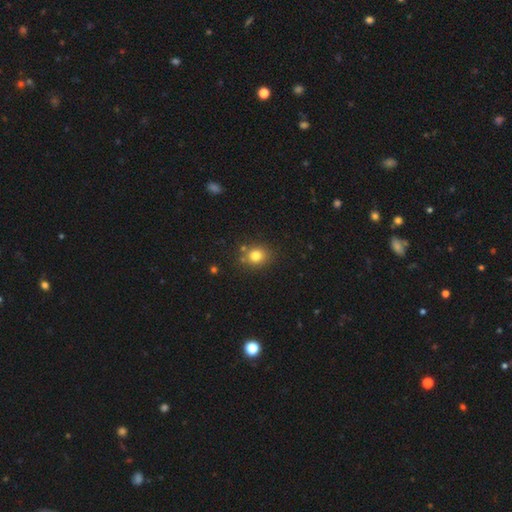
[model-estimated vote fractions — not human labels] A smooth galaxy with no disk features (79%) that is round (73%).

Vote fractions:
- Smooth or featured? smooth: 79% / star or artifact: 13% / featured or disk: 7%
- How rounded? round: 73% / in between: 26% / cigar-shaped: 1%
- Merging? none: 78% / minor disturbance: 11% / merger: 8% / major disturbance: 3%